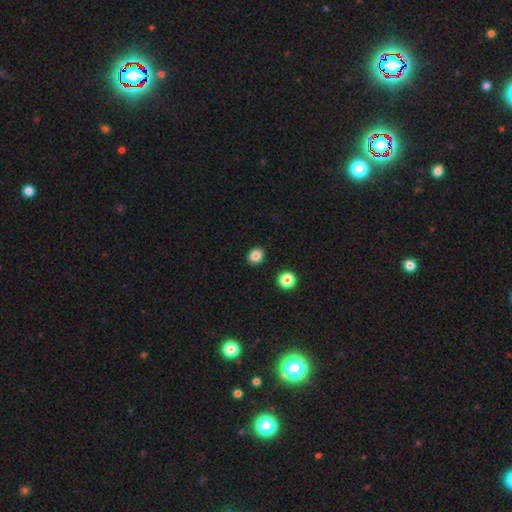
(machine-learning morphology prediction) type=smooth (85%); roundness=round (59%); merging=none (90%).